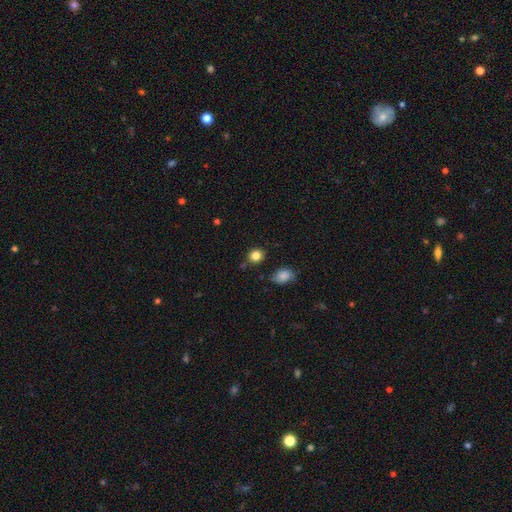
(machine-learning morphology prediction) A smooth galaxy with no disk features (84%) that is round (76%). Merging: none (81%).